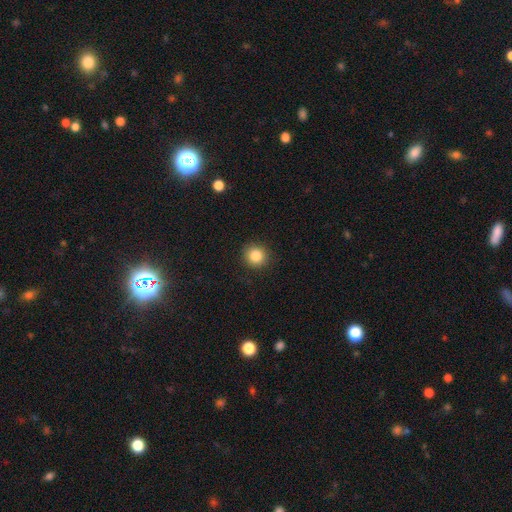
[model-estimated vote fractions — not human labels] This appears to be a smooth galaxy with no disk features (85%) that is round (91%). Merging: none (91%).